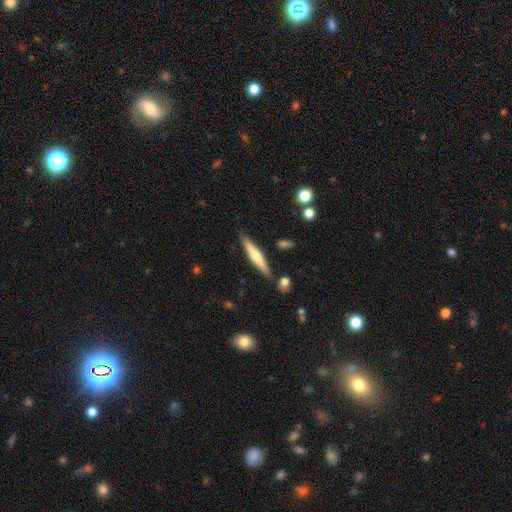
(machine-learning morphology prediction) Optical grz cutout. It shows a smooth galaxy with no disk features (53%) that is cigar-shaped (91%). Merging: none (86%).